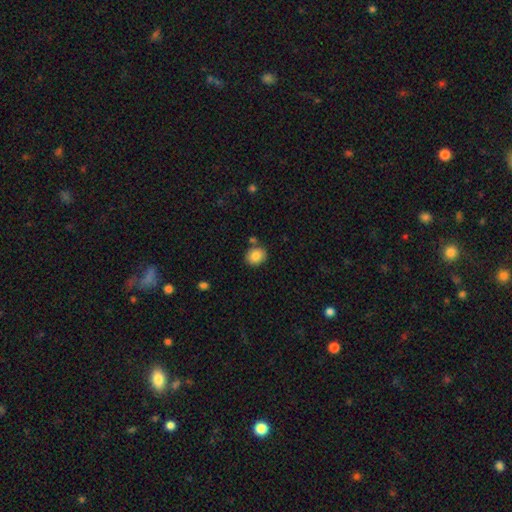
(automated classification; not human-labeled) A smooth galaxy with no disk features (84%) that is round (70%). Merging: none (78%).